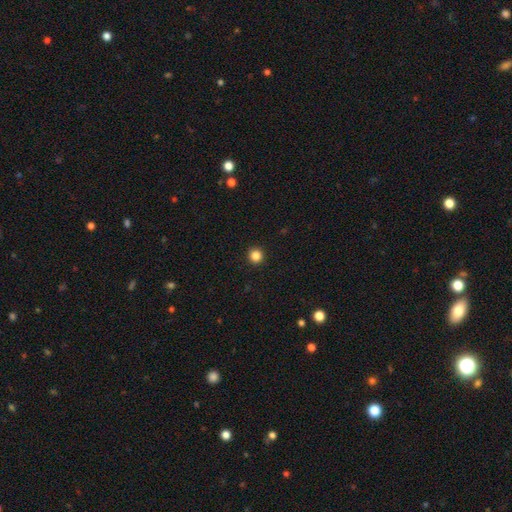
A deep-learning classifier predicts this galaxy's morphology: Smooth or featured: smooth — 85% (star or artifact — 12%)
How rounded: round — 95% (in between — 4%)
Merging: none — 94% (minor disturbance — 4%)